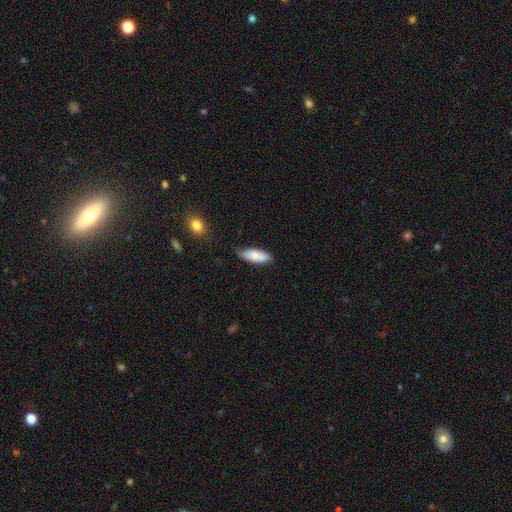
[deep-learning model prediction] A smooth galaxy with no disk features (78%) that is in between round and cigar-shaped (68%). Merging: none (71%).